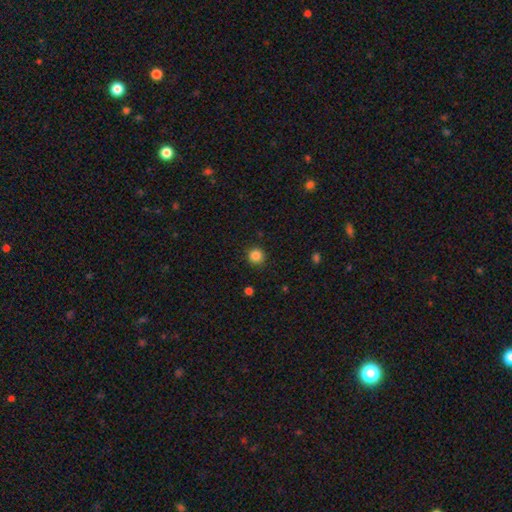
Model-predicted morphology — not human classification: Smooth or featured? smooth (85%)
How rounded? round (93%)
Merging? none (89%)